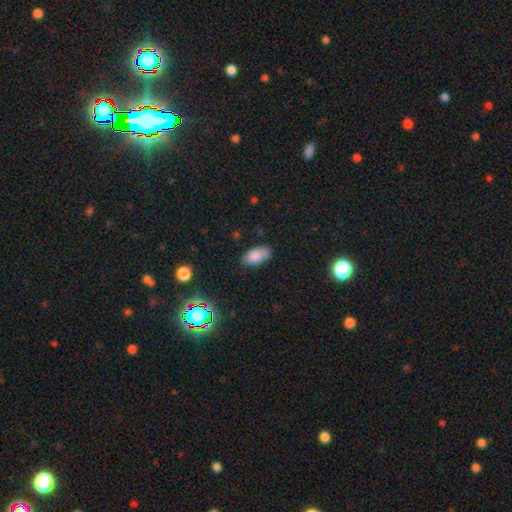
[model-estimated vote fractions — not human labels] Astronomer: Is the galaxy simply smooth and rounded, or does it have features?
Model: smooth — 82%.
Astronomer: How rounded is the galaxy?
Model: in between — 93%.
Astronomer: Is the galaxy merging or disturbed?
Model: none — 76%.